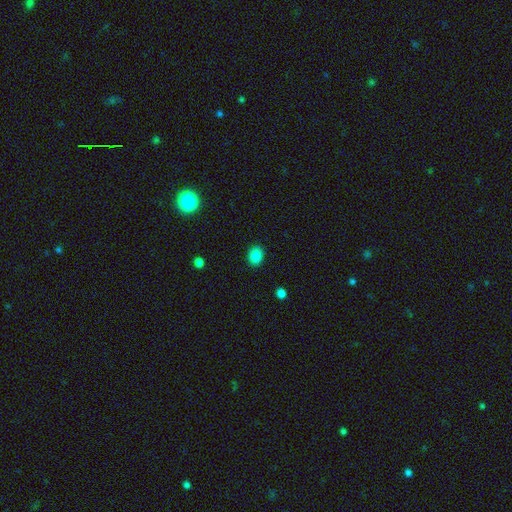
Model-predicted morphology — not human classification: smooth_or_featured: smooth (p=0.85) [alt: star or artifact p=0.10]
how_rounded: in between (p=0.57) [alt: round p=0.42]
merging: none (p=0.89) [alt: minor disturbance p=0.08]